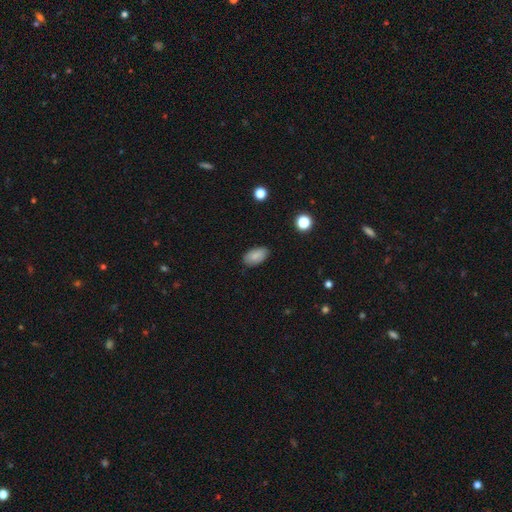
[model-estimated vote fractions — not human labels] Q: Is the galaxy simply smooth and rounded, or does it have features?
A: smooth — 83%.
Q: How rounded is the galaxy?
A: in between — 94%.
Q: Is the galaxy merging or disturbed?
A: none — 84%.